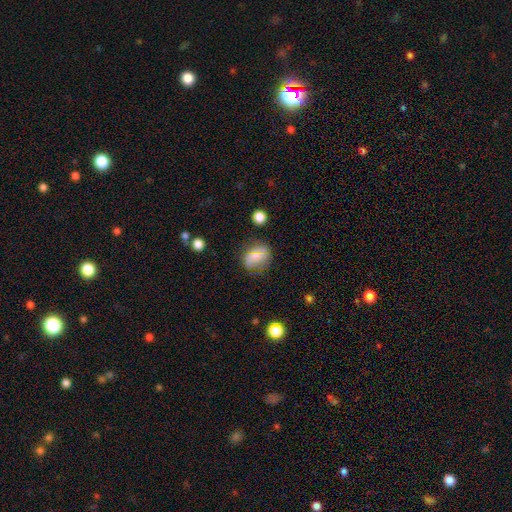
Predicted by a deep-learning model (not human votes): Smooth or featured? Predicted: smooth (p=0.58). How rounded? Predicted: round (p=0.60). Merging? Predicted: none (p=0.71).